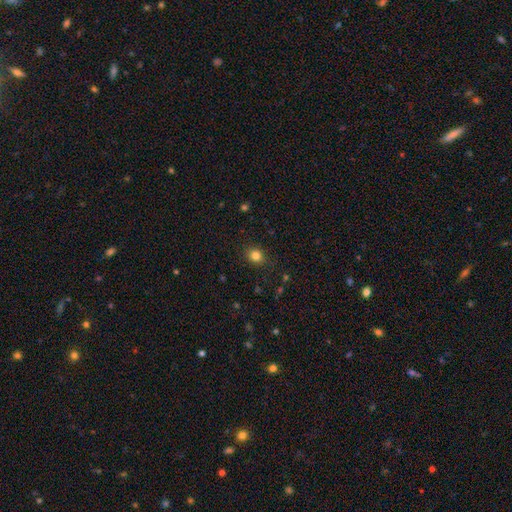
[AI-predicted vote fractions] Smooth or featured?
  - smooth: 83% *
  - star or artifact: 12%
  - featured or disk: 5%
How rounded?
  - round: 74% *
  - in between: 25%
  - cigar-shaped: 1%
Merging?
  - none: 87% *
  - minor disturbance: 10%
  - major disturbance: 3%
  - merger: 1%